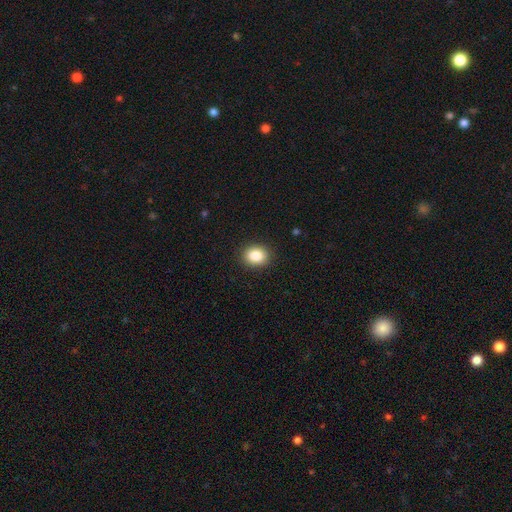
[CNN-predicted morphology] Smooth or featured? Predicted: smooth (p=0.86). How rounded? Predicted: round (p=0.58). Merging? Predicted: none (p=0.90).